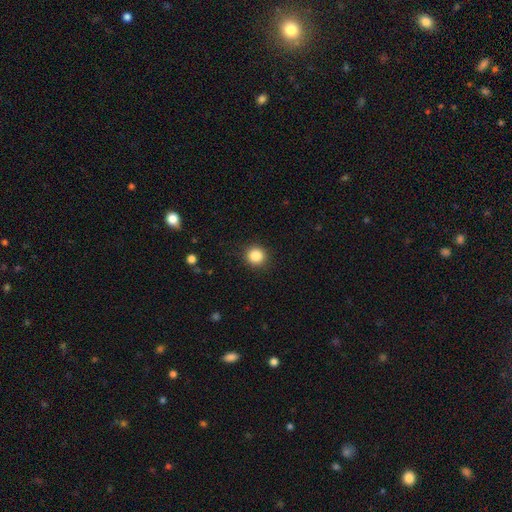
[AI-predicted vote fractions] smooth 86%, star or artifact 10%, featured or disk 4%. Down the decision tree: how rounded — round (93%); merging — none (91%).